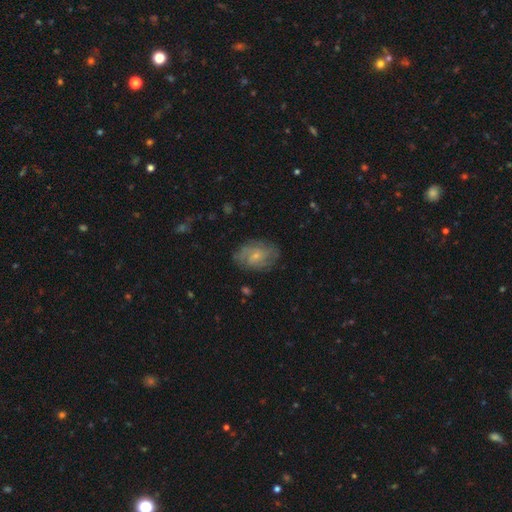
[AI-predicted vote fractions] Overall: featured or disk (53%; smooth 39%). Edge-on disk: no (96%). Bar: no (66%; weak 29%). Spiral arms: yes (78%). Bulge size: small (72%). Merging: none (72%).